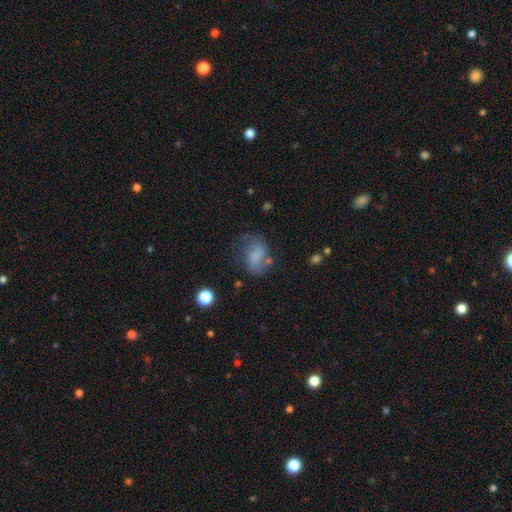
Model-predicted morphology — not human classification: This appears to be a smooth galaxy with no disk features (57%) that is in between round and cigar-shaped (69%). Merging: none (51%).